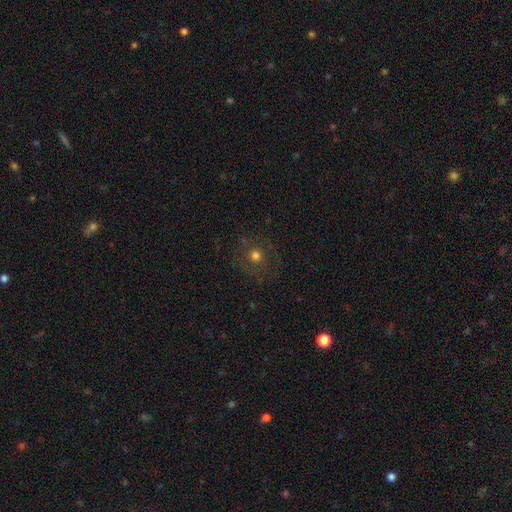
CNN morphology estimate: smooth-or-featured: smooth: 62% | featured or disk: 21% | star or artifact: 17%
  how-rounded: round: 90% | in between: 9% | cigar-shaped: 1%
  merging: none: 79% | minor disturbance: 11% | major disturbance: 8% | merger: 1%